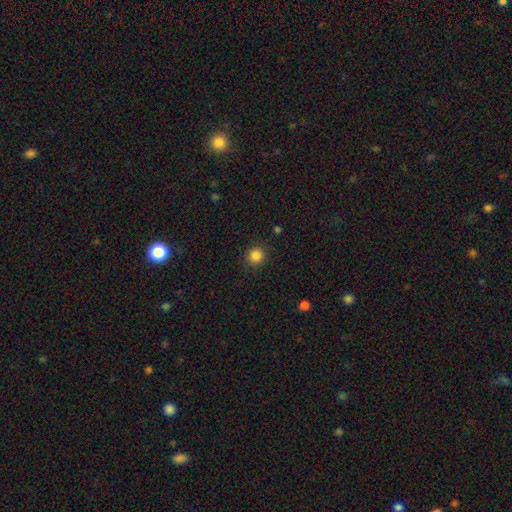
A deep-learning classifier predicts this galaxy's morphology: This appears to be a smooth galaxy with no disk features (85%) that is round (93%). Merging: none (89%).